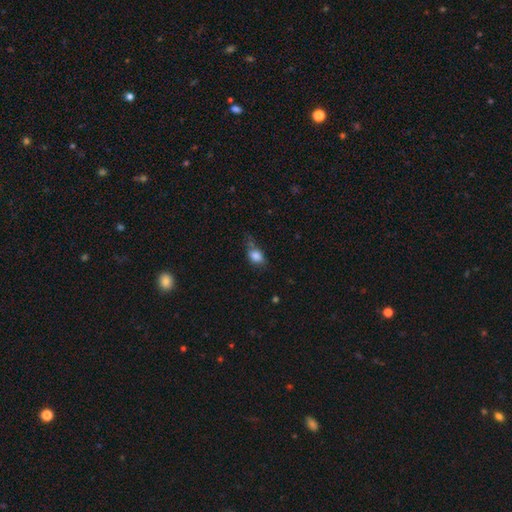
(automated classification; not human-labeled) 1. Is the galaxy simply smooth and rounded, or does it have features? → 82% smooth, 10% star or artifact, 8% featured or disk.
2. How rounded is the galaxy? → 71% in between, 26% round, 3% cigar-shaped.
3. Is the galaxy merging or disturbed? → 40% none, 34% minor disturbance, 18% major disturbance, 7% merger.